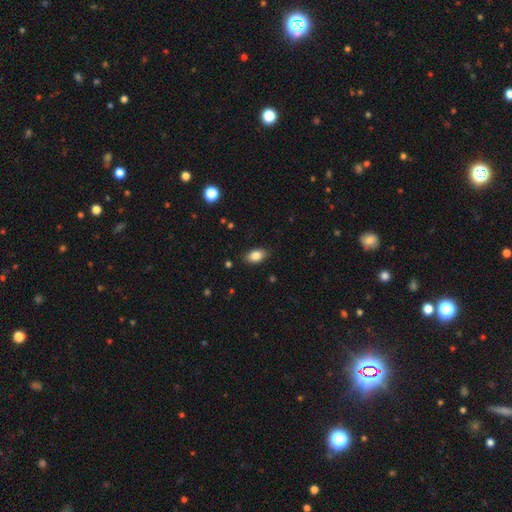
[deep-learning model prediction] Smooth or featured: smooth — 84% (star or artifact — 8%)
How rounded: in between — 90% (round — 8%)
Merging: none — 87% (minor disturbance — 10%)